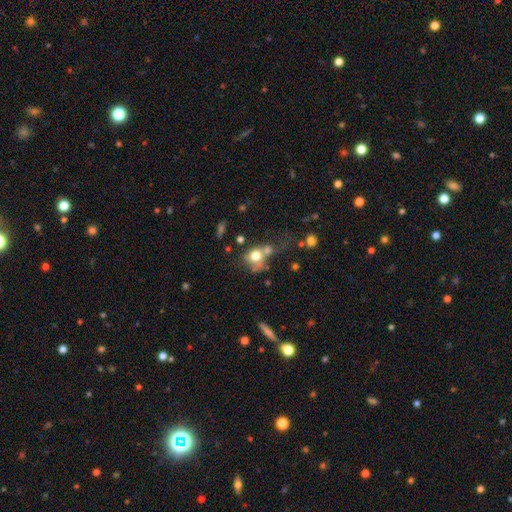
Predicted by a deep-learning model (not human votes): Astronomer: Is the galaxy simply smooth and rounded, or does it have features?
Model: smooth — 71%.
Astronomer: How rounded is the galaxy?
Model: round — 68%.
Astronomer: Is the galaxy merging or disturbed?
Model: merger — 40% (runner-up: none, 26%).